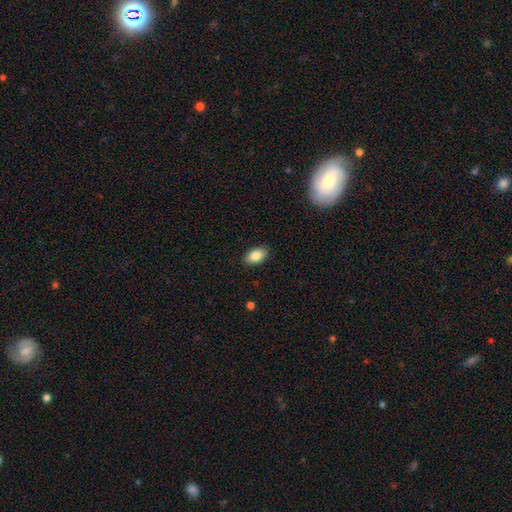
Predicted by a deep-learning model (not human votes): A smooth galaxy with no disk features (86%) that is in between round and cigar-shaped (93%). Merging: none (89%).